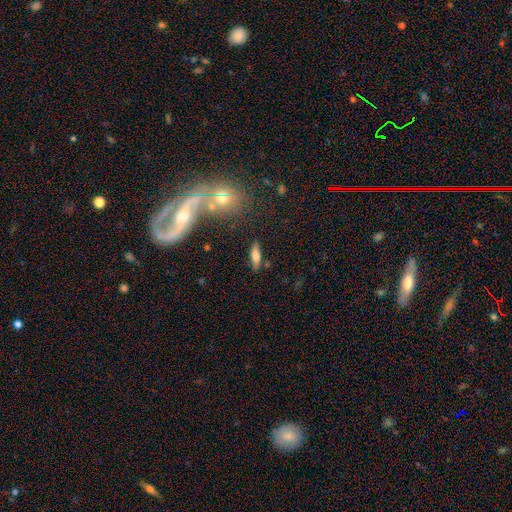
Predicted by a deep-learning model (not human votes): Smooth or featured: smooth — 61% (featured or disk — 30%)
How rounded: cigar-shaped — 55% (in between — 42%)
Merging: none — 81% (minor disturbance — 12%)